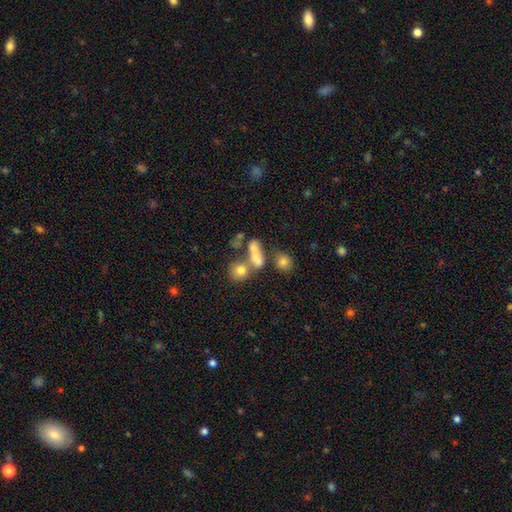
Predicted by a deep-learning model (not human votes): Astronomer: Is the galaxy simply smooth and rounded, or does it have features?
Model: smooth — 70%.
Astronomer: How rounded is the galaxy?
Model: in between — 56%.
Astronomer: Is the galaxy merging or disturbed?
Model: merger — 42% (runner-up: none, 36%).